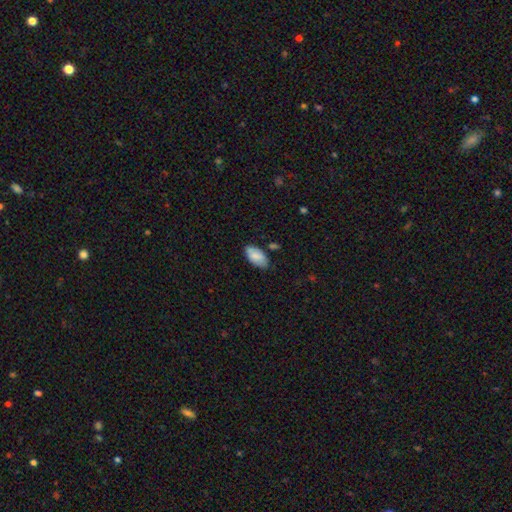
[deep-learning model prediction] A smooth galaxy with no disk features (83%) that is in between round and cigar-shaped (95%). Merging: none (76%).